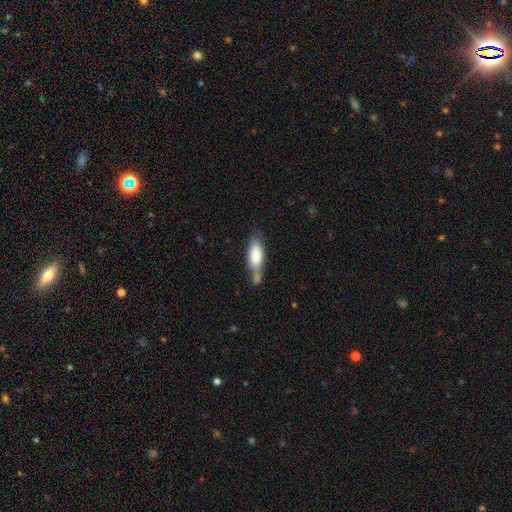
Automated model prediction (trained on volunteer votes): smooth 79%, featured or disk 14%, star or artifact 7%. Down the decision tree: how rounded — in between (71%); merging — none (37%).